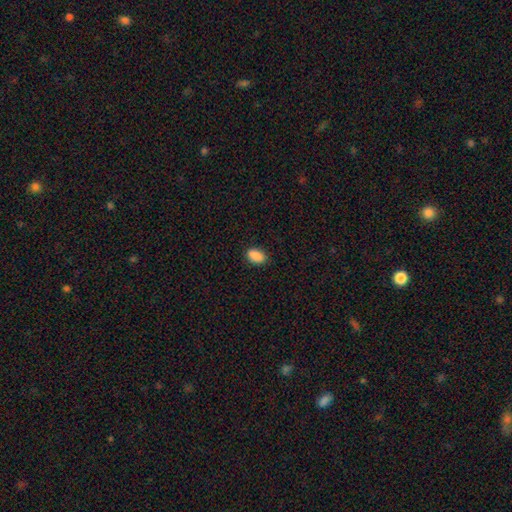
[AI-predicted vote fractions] Q: Smooth or featured?
A: smooth (90%); runner-up: star or artifact (8%)
Q: How rounded?
A: in between (91%); runner-up: round (7%)
Q: Merging?
A: none (88%); runner-up: minor disturbance (9%)